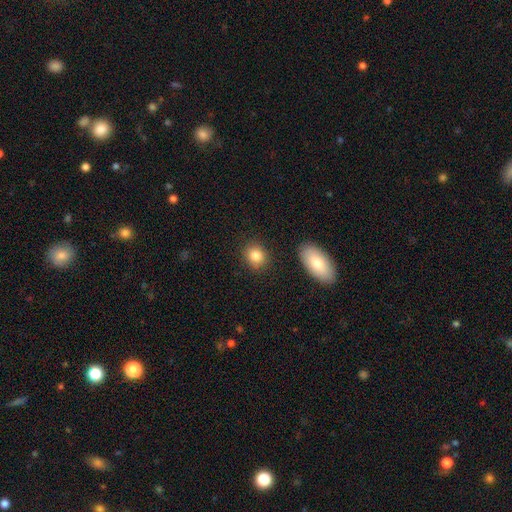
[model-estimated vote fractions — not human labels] The model was most divided on "how rounded": round: 65%, in between: 33%, cigar-shaped: 1%. More confident: merging — none (85%); smooth or featured — smooth (83%).